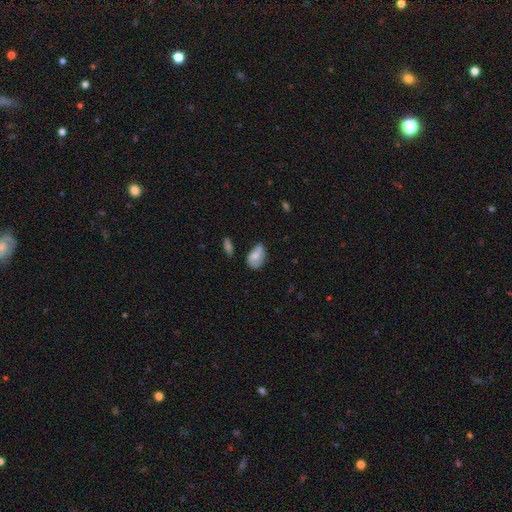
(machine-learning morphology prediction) Smooth or featured? smooth (61%)
How rounded? in between (86%)
Merging? none (41%)